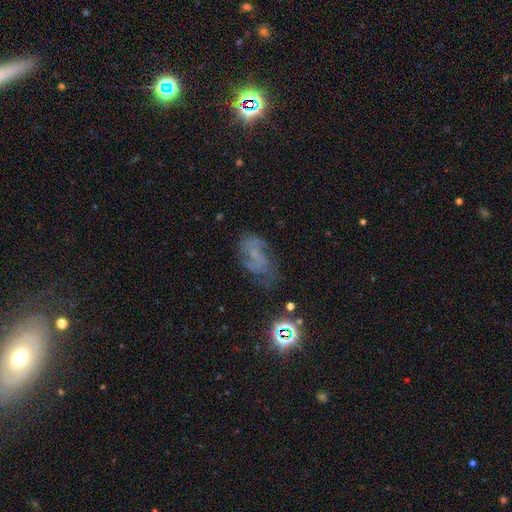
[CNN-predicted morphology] A featured or disk galaxy (56%) with no bar (60%), spiral arms (82%) and a small central bulge (48%).

Vote fractions:
- Smooth or featured? featured or disk: 56% / smooth: 23% / star or artifact: 21%
- Edge-on disk? no: 96% / yes: 4%
- Bar? no: 60% / weak: 32% / strong: 8%
- Spiral arms? yes: 82% / no: 18%
- Bulge size? small: 48% / none: 37% / moderate: 12% / large: 2% / dominant: 1%
- Merging? none: 57% / minor disturbance: 24% / major disturbance: 16% / merger: 3%